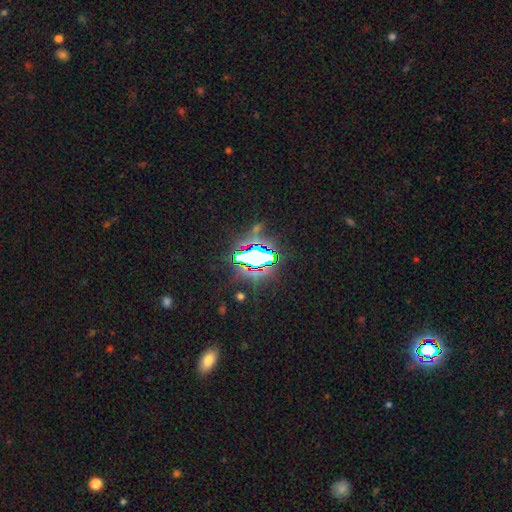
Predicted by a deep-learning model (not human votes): Morphology: type=star or artifact (72%).